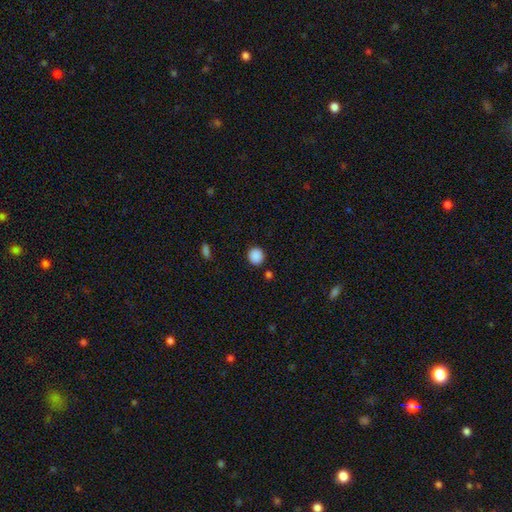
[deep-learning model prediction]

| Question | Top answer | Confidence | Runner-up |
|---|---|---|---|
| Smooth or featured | smooth | 89% | star or artifact (9%) |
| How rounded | round | 89% | in between (11%) |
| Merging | none | 88% | minor disturbance (7%) |